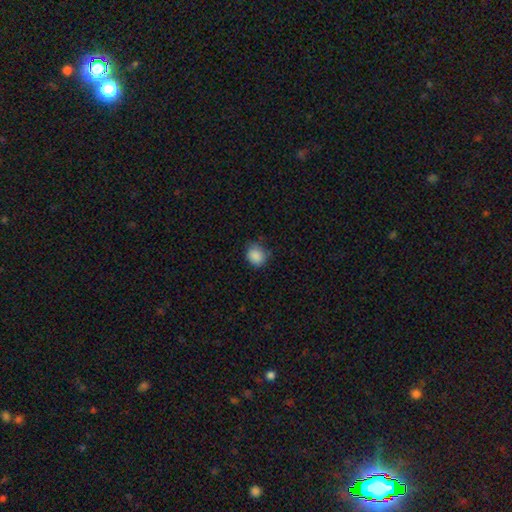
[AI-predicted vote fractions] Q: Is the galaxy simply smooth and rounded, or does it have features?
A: smooth — 88%.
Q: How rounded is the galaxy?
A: round — 66%.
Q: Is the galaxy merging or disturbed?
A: none — 72%.